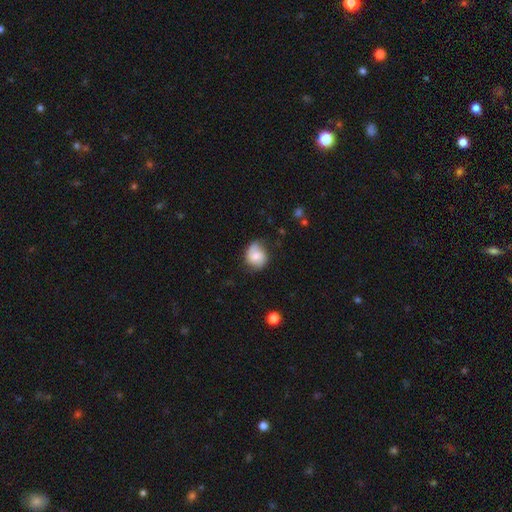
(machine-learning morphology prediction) type=smooth (64%); roundness=round (65%); merging=none (62%).